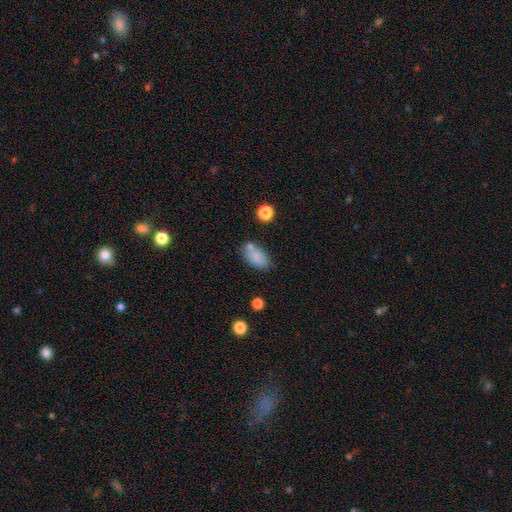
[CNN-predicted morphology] Smooth or featured? smooth (82%)
How rounded? in between (91%)
Merging? none (64%)